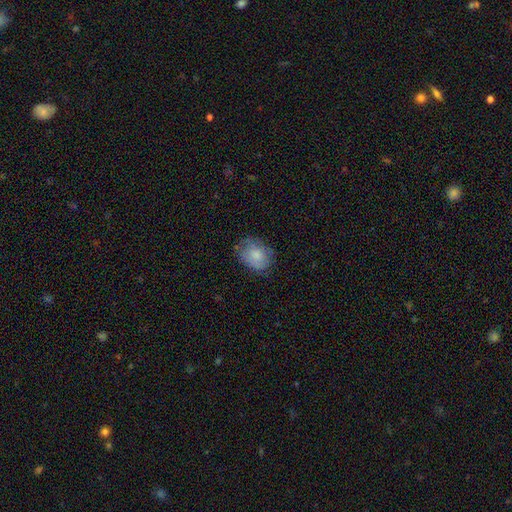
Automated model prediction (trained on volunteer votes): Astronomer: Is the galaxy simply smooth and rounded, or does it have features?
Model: smooth — 74%.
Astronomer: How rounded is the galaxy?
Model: in between — 65%.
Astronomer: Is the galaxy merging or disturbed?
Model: none — 66%.